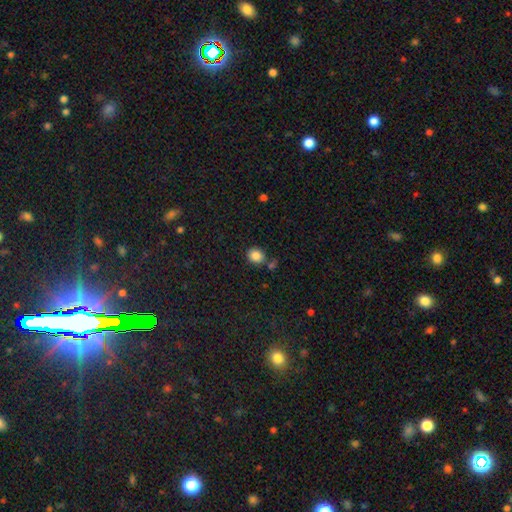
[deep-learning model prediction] Smooth or featured: smooth — 86% (star or artifact — 10%)
How rounded: round — 72% (in between — 27%)
Merging: none — 74% (minor disturbance — 12%)